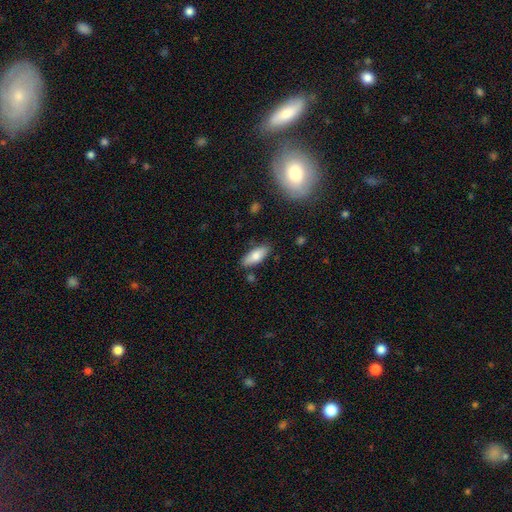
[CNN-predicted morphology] Smooth or featured?
  - smooth: 79% *
  - featured or disk: 15%
  - star or artifact: 7%
How rounded?
  - in between: 76% *
  - cigar-shaped: 22%
  - round: 2%
Merging?
  - none: 81% *
  - minor disturbance: 13%
  - merger: 3%
  - major disturbance: 3%